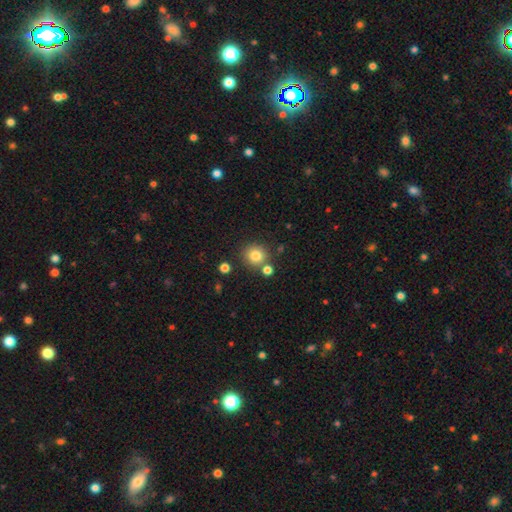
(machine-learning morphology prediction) The model was most divided on "merging": none: 77%, merger: 12%, minor disturbance: 8%, major disturbance: 3%. More confident: how rounded — round (91%); smooth or featured — smooth (80%).